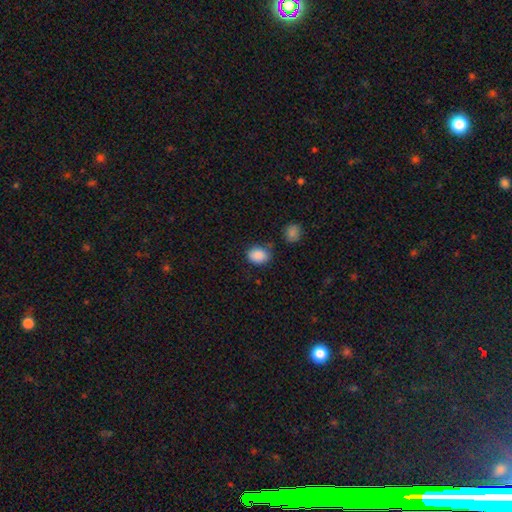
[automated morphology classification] smooth-or-featured: smooth: 88% | star or artifact: 9% | featured or disk: 3%
  how-rounded: in between: 60% | round: 39% | cigar-shaped: 1%
  merging: none: 73% | minor disturbance: 17% | merger: 5% | major disturbance: 4%